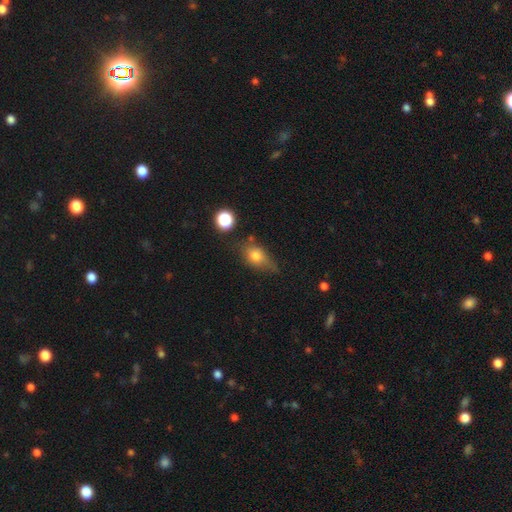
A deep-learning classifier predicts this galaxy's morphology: Smooth or featured: smooth — 72% (featured or disk — 17%)
How rounded: in between — 65% (round — 29%)
Merging: none — 47% (minor disturbance — 34%)